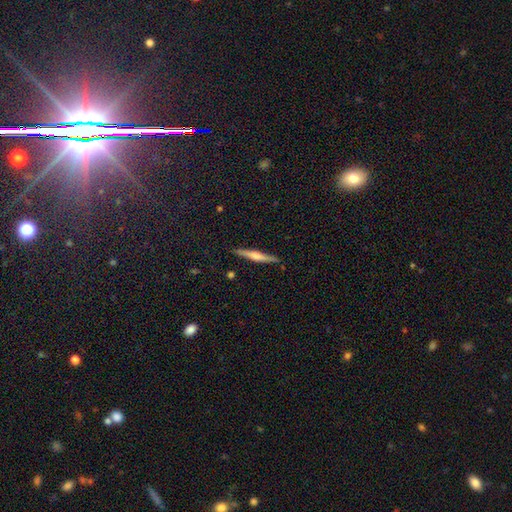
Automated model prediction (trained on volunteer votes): A featured or disk galaxy (60%) viewed edge-on (97%) with a rounded central bulge (71%).

Vote fractions:
- Smooth or featured? featured or disk: 60% / smooth: 33% / star or artifact: 7%
- Edge-on disk? yes: 97% / no: 3%
- Edge-on bulge? rounded: 71% / boxy: 15% / none: 14%
- Merging? none: 89% / minor disturbance: 8% / major disturbance: 1% / merger: 1%